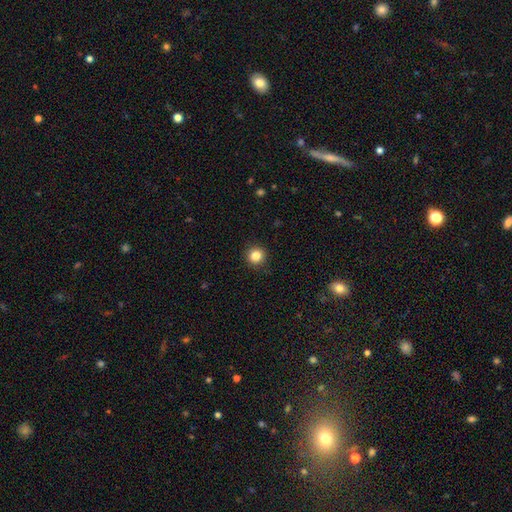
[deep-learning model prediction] Morphology: type=smooth (84%); roundness=round (94%); merging=none (92%).